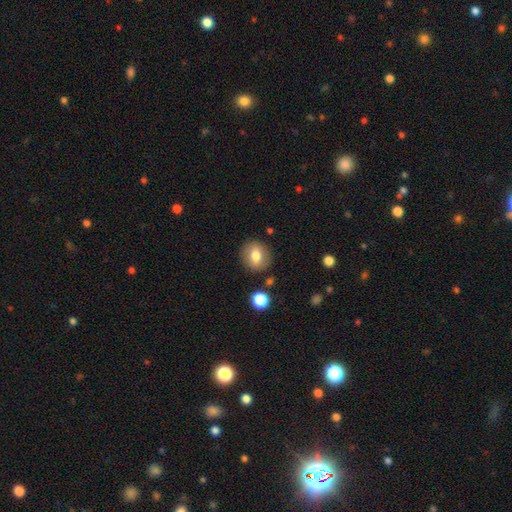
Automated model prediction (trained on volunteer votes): Smooth or featured? smooth (71%)
How rounded? round (71%)
Merging? none (85%)